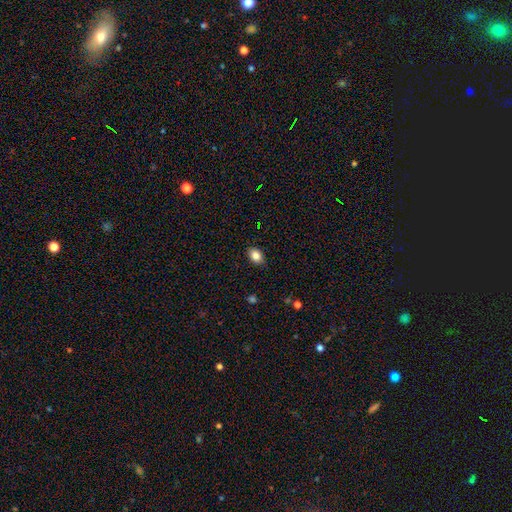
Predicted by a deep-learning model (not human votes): smooth_or_featured: smooth (p=0.84) [alt: star or artifact p=0.09]
how_rounded: in between (p=0.79) [alt: round p=0.20]
merging: none (p=0.87) [alt: minor disturbance p=0.10]